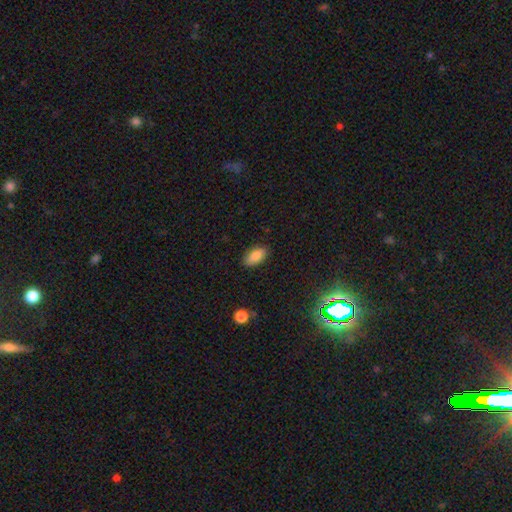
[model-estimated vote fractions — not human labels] Smooth or featured? smooth (86%)
How rounded? in between (92%)
Merging? none (87%)